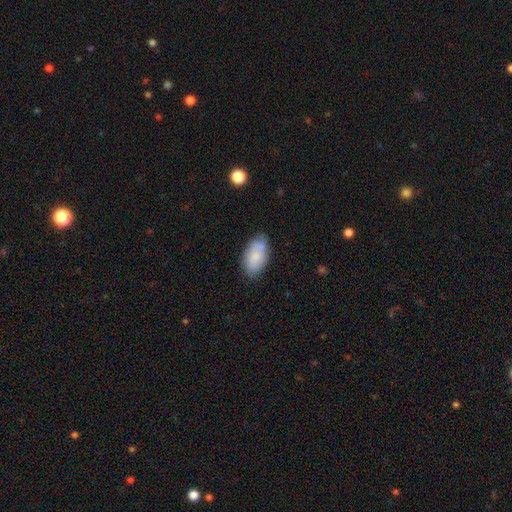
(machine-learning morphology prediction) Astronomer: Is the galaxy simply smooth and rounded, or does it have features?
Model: smooth — 77%.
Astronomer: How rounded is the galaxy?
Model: in between — 94%.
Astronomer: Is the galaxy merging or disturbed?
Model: none — 68%.